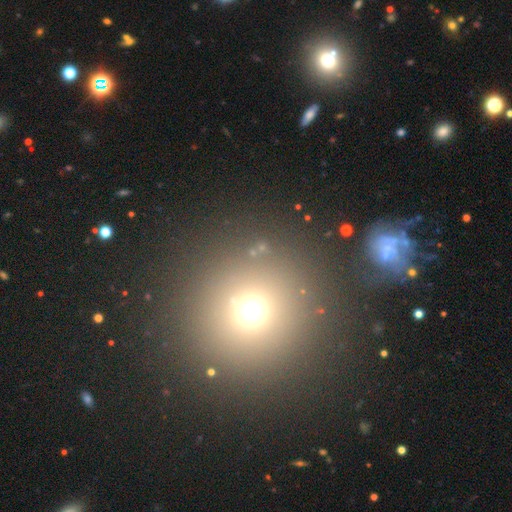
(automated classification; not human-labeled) Smooth or featured? smooth (63%)
How rounded? round (93%)
Merging? none (83%)